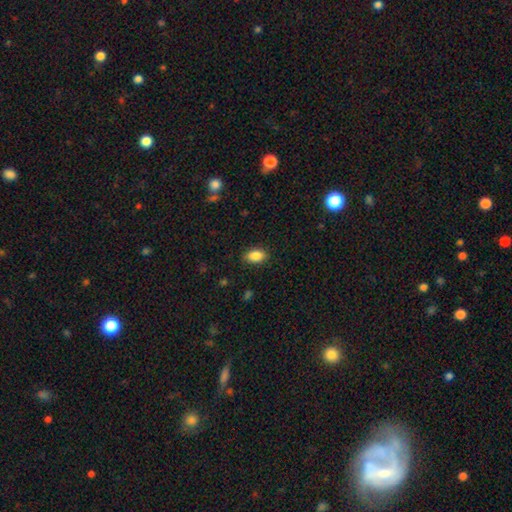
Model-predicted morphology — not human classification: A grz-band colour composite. It shows a smooth galaxy with no disk features (87%) that is in between round and cigar-shaped (90%). Merging: none (87%).